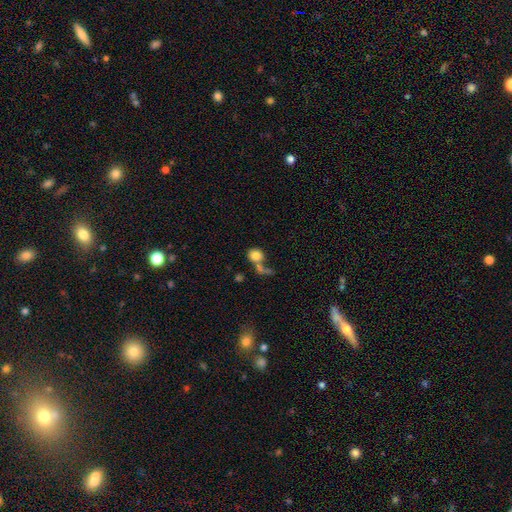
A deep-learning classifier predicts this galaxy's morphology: Smooth or featured? Predicted: smooth (p=0.75). How rounded? Predicted: round (p=0.76). Merging? Predicted: merger (p=0.41).